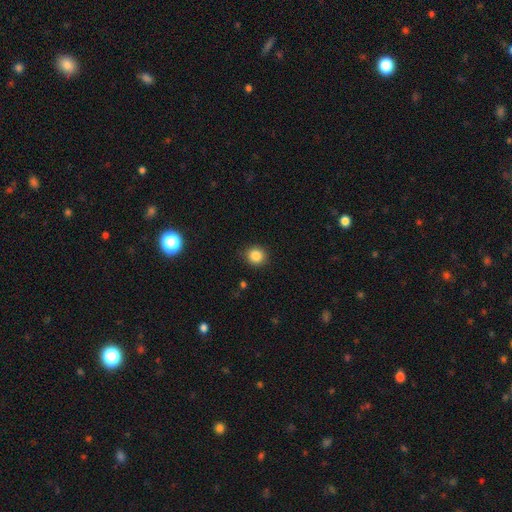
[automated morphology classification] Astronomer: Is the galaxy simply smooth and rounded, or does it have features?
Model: smooth — 85%.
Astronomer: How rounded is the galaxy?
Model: round — 89%.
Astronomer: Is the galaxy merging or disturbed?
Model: none — 90%.